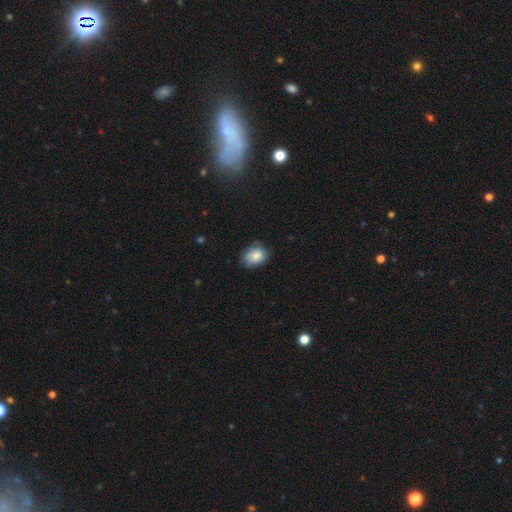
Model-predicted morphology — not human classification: smooth 76%, featured or disk 15%, star or artifact 8%. Down the decision tree: how rounded — in between (62%); merging — none (65%).